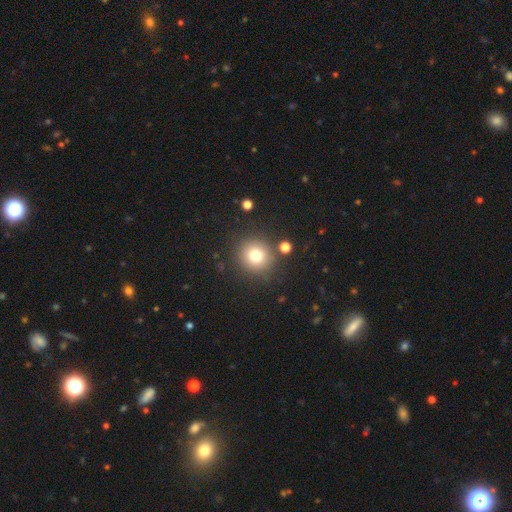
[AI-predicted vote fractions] A smooth galaxy with no disk features (75%) that is round (90%). Merging: none (85%).